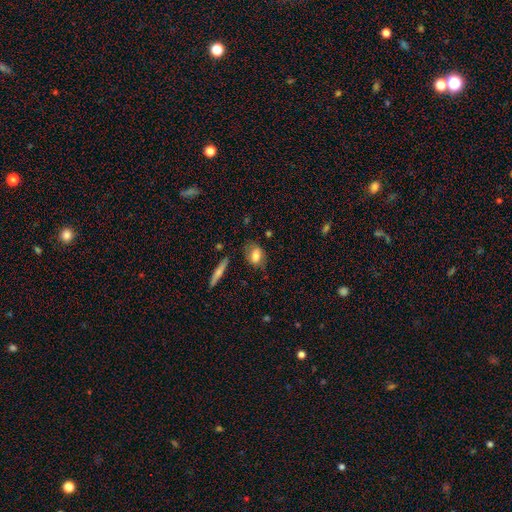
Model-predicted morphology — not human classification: type=smooth (75%); roundness=in between (78%); merging=none (68%).